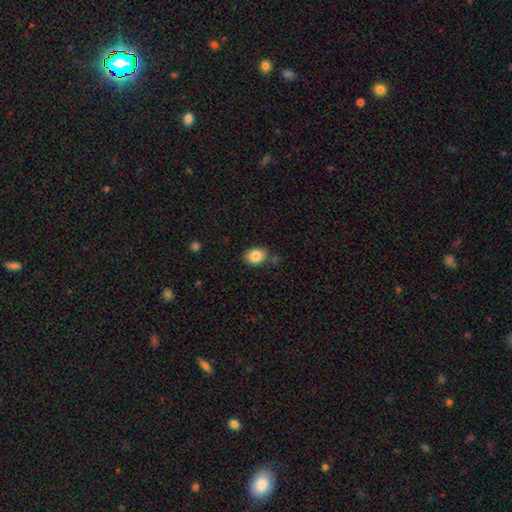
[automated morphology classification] Overall: smooth (85%). How rounded: in between (66%; round 34%). Merging: none (78%).